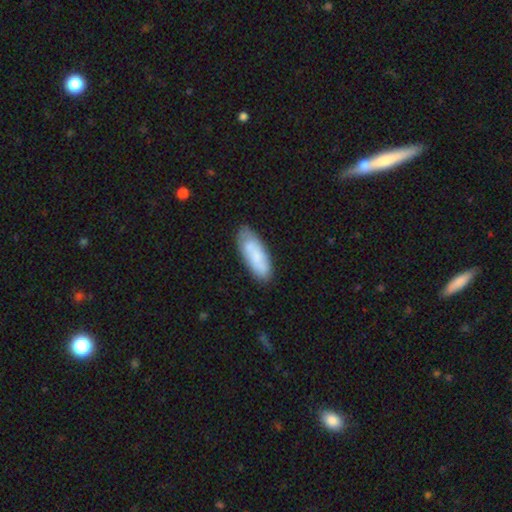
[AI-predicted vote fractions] A smooth galaxy with no disk features (72%) that is in between round and cigar-shaped (66%). Merging: none (74%).